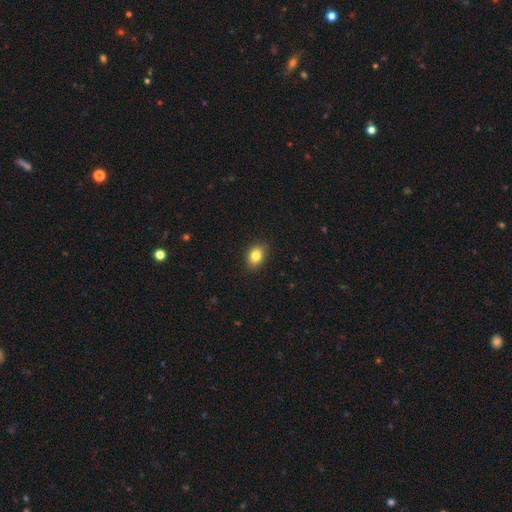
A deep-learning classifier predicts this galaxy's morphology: This is clearly a smooth galaxy (82%). How rounded: likely in between (69%). Merging: clearly none (87%).